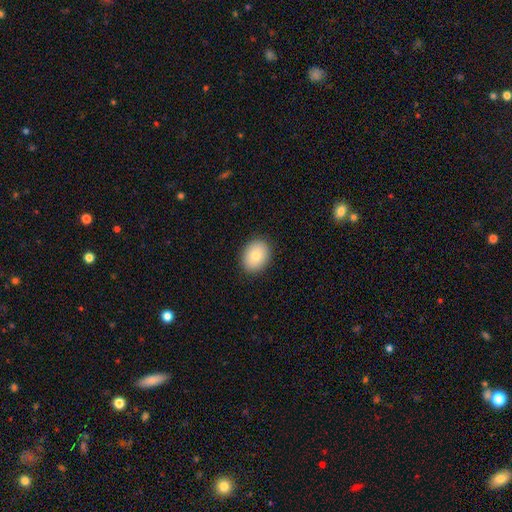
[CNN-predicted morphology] Smooth or featured? smooth (81%)
How rounded? in between (60%)
Merging? none (89%)